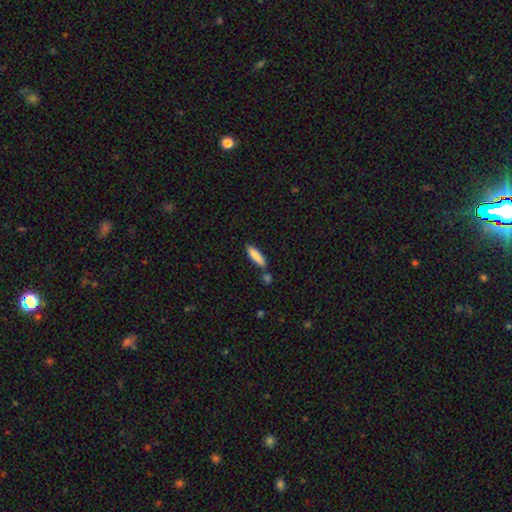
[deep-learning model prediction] smooth_or_featured: smooth (p=0.85) [alt: featured or disk p=0.09]
how_rounded: cigar-shaped (p=0.69) [alt: in between p=0.29]
merging: none (p=0.71) [alt: minor disturbance p=0.14]